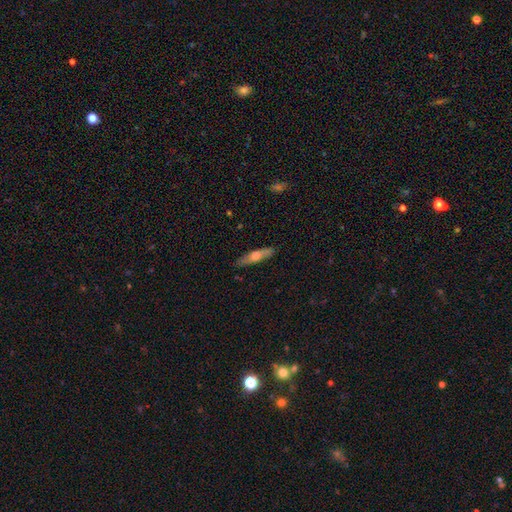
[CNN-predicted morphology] This is possibly a smooth galaxy (53%). How rounded: likely cigar-shaped (76%). Merging: clearly none (86%).